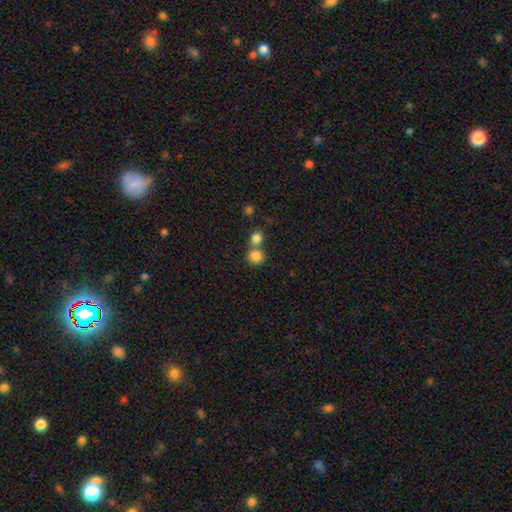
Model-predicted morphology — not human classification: A smooth galaxy with no disk features (84%) that is round (88%).

Vote fractions:
- Smooth or featured? smooth: 84% / star or artifact: 10% / featured or disk: 6%
- How rounded? round: 88% / in between: 11% / cigar-shaped: 1%
- Merging? none: 51% / merger: 40% / minor disturbance: 6% / major disturbance: 3%